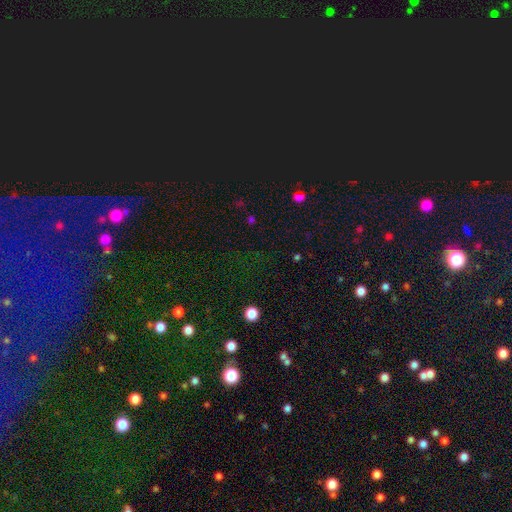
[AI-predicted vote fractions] Q: Smooth or featured?
A: star or artifact (72%); runner-up: smooth (19%)